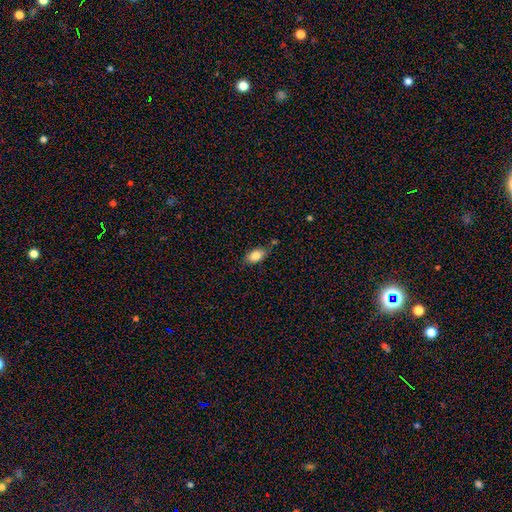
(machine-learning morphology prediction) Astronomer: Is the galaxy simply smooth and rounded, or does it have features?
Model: smooth — 83%.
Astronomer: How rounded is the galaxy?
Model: in between — 90%.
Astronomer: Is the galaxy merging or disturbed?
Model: none — 72%.